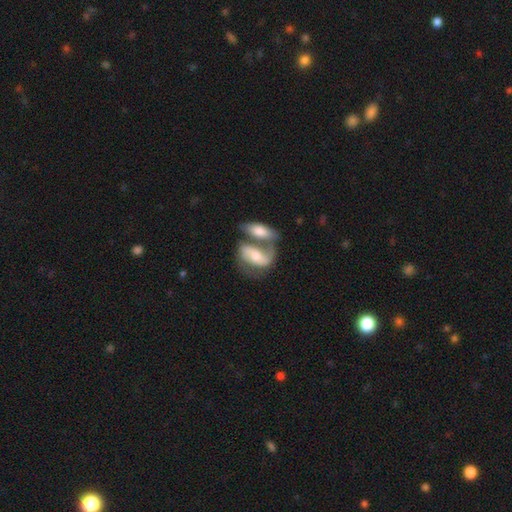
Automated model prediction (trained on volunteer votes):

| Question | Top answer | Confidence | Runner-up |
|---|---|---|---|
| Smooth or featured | featured or disk | 61% | smooth (33%) |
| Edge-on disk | no | 94% | yes (6%) |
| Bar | no | 41% | weak (36%) |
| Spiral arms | yes | 84% | no (16%) |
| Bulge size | moderate | 52% | small (34%) |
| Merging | merger | 63% | none (20%) |